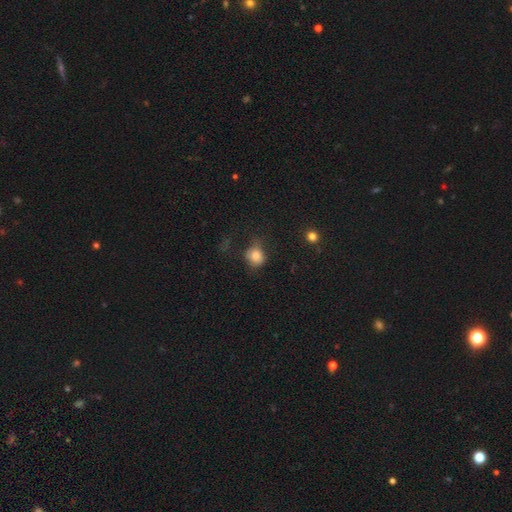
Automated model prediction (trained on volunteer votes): smooth 81%, star or artifact 11%, featured or disk 8%. Down the decision tree: how rounded — round (71%); merging — none (52%).